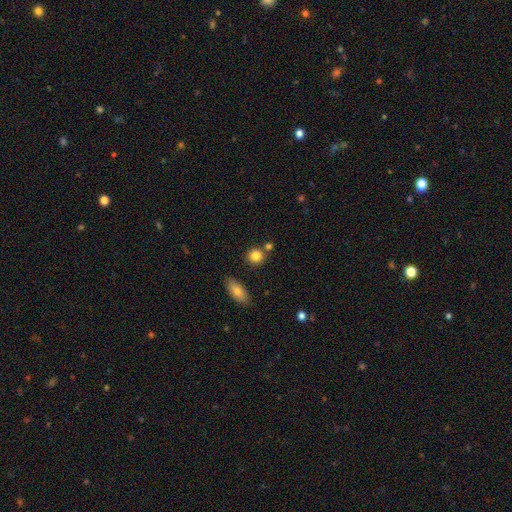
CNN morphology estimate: Smooth or featured?
  - smooth: 82% *
  - star or artifact: 10%
  - featured or disk: 7%
How rounded?
  - round: 86% *
  - in between: 13%
  - cigar-shaped: 1%
Merging?
  - none: 74% *
  - merger: 14%
  - minor disturbance: 9%
  - major disturbance: 3%